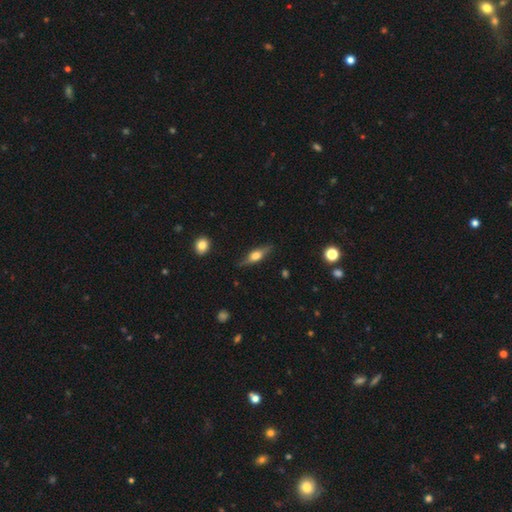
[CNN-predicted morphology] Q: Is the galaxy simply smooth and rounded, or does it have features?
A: featured or disk — 58%.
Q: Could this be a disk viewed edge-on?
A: yes — 92%.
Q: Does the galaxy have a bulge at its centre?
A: rounded — 90%.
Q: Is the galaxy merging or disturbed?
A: none — 81%.